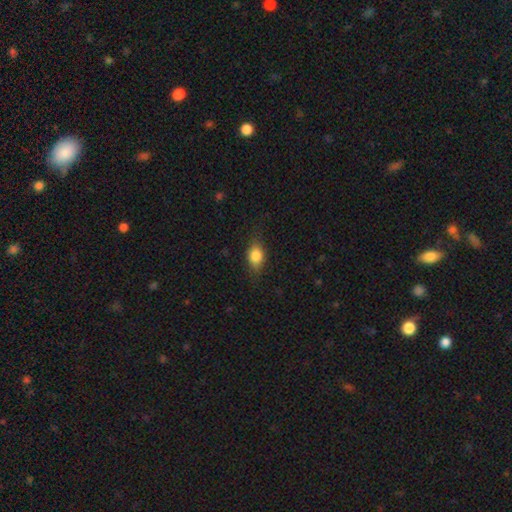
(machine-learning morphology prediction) A smooth galaxy with no disk features (80%) that is in between round and cigar-shaped (71%).

Vote fractions:
- Smooth or featured? smooth: 80% / featured or disk: 11% / star or artifact: 8%
- How rounded? in between: 71% / round: 25% / cigar-shaped: 4%
- Merging? none: 78% / minor disturbance: 17% / major disturbance: 4% / merger: 1%